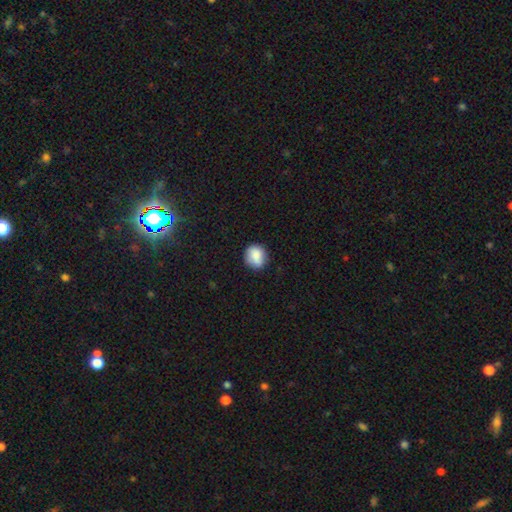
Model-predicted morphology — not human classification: Smooth or featured? Predicted: smooth (p=0.84). How rounded? Predicted: round (p=0.80). Merging? Predicted: none (p=0.81).